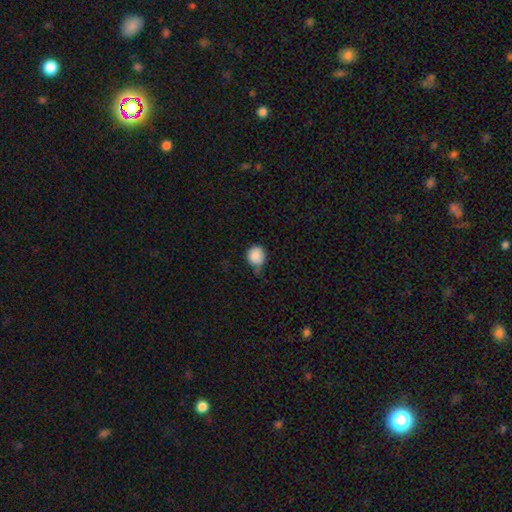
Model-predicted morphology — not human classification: The model was most divided on "merging": none: 53%, minor disturbance: 36%, major disturbance: 7%, merger: 4%. More confident: smooth or featured — smooth (87%); how rounded — round (87%).